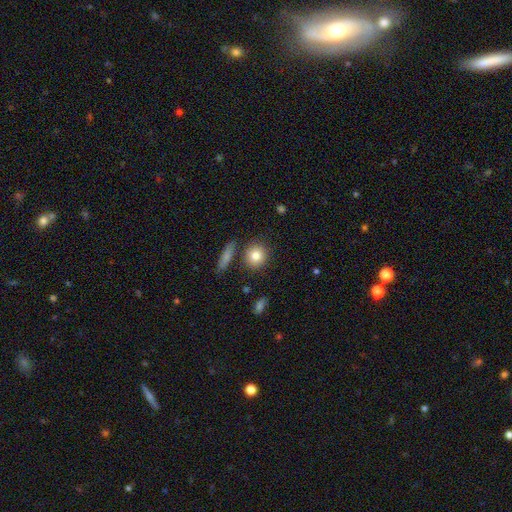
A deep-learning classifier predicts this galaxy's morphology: This is clearly a smooth galaxy (83%). How rounded: clearly round (82%). Merging: clearly none (80%).